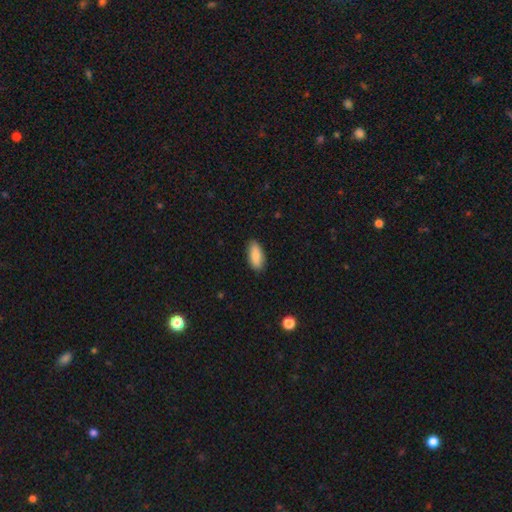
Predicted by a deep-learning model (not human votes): Morphology: type=smooth (84%); roundness=in between (85%); merging=none (87%).